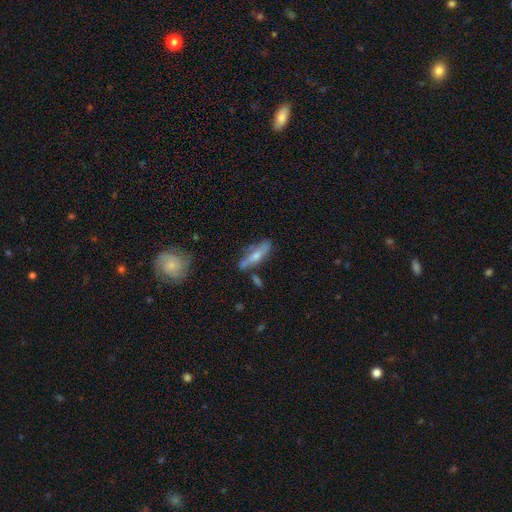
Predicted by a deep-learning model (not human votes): smooth-or-featured: featured or disk: 53% | smooth: 39% | star or artifact: 8%
  disk-edge-on: yes: 68% | no: 32%
  merging: none: 66% | minor disturbance: 19% | merger: 9% | major disturbance: 6%